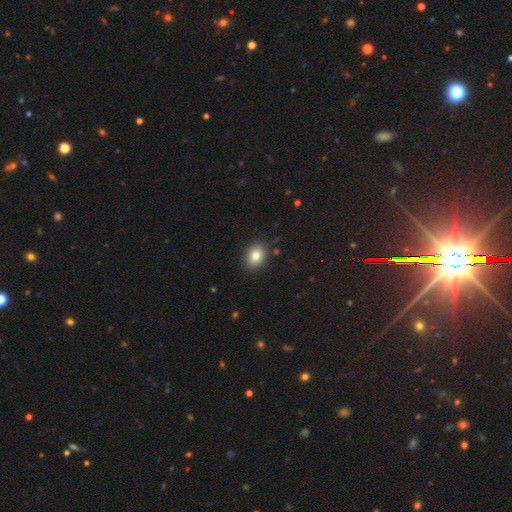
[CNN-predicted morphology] Overall: smooth (83%). How rounded: in between (55%; round 44%). Merging: none (88%).